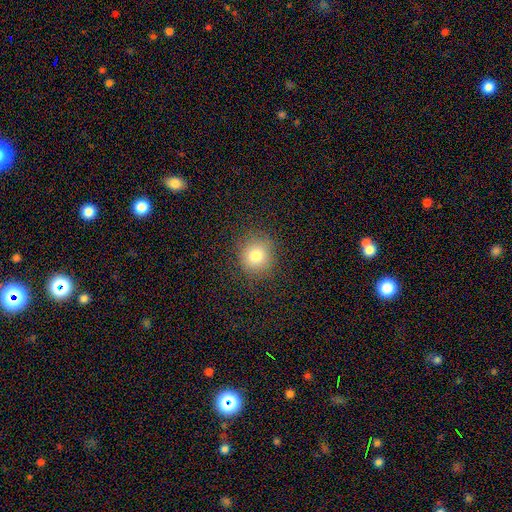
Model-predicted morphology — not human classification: Overall: smooth (78%). How rounded: round (88%). Merging: none (85%).